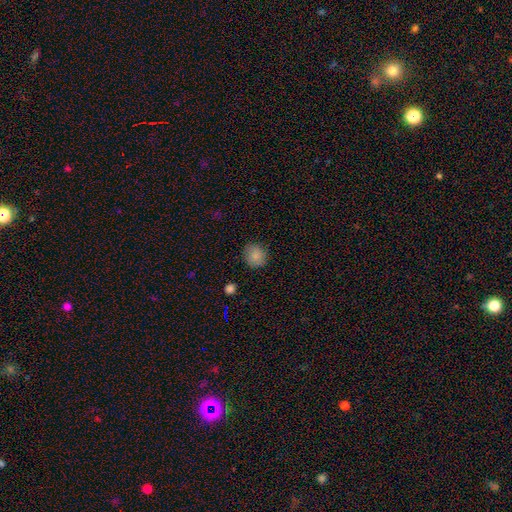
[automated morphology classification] This appears to be a smooth galaxy with no disk features (86%) that is round (79%). Merging: none (86%).